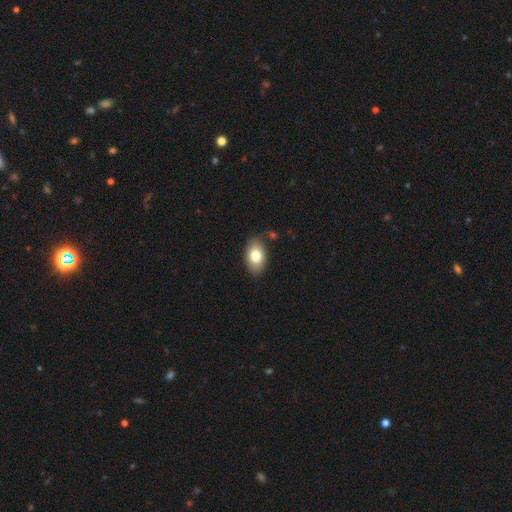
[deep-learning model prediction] smooth-or-featured: smooth: 78% | featured or disk: 14% | star or artifact: 8%
  how-rounded: in between: 88% | round: 11% | cigar-shaped: 1%
  merging: none: 77% | minor disturbance: 16% | major disturbance: 4% | merger: 3%